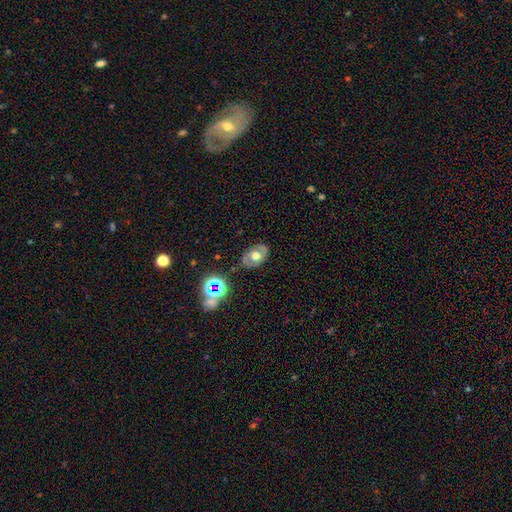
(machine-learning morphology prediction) Smooth or featured: featured or disk — 49% (smooth — 39%)
Merging: none — 79% (minor disturbance — 14%)